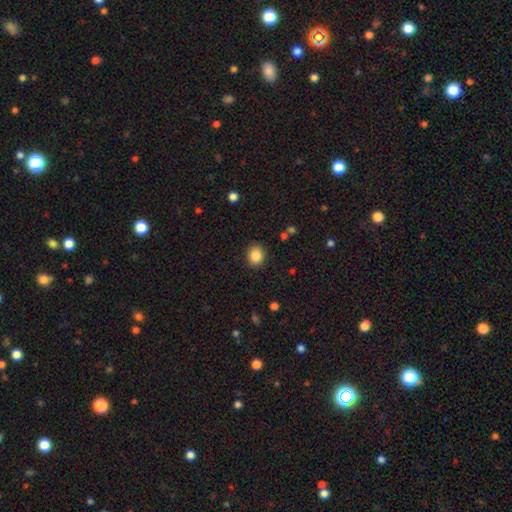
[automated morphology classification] smooth 86%, star or artifact 9%, featured or disk 5%. Down the decision tree: how rounded — round (68%); merging — none (89%).